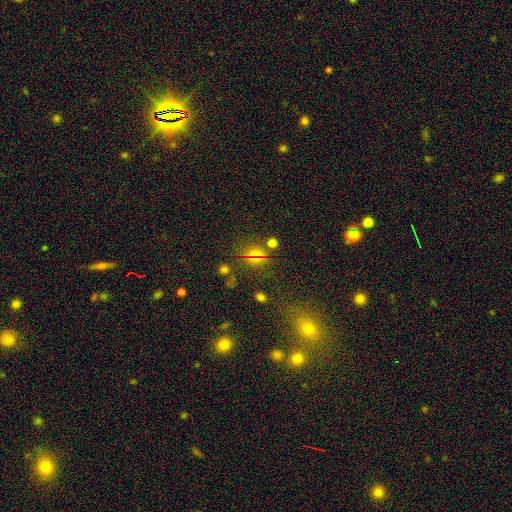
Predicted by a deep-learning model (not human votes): This appears to be a smooth galaxy with no disk features (53%) that is round (69%). Merging: none (76%).